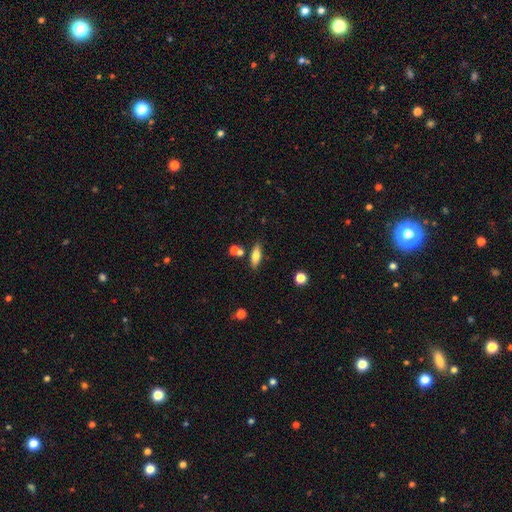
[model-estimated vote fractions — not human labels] The model was most divided on "how rounded": in between: 66%, cigar-shaped: 31%, round: 3%. More confident: merging — none (74%); smooth or featured — smooth (71%).